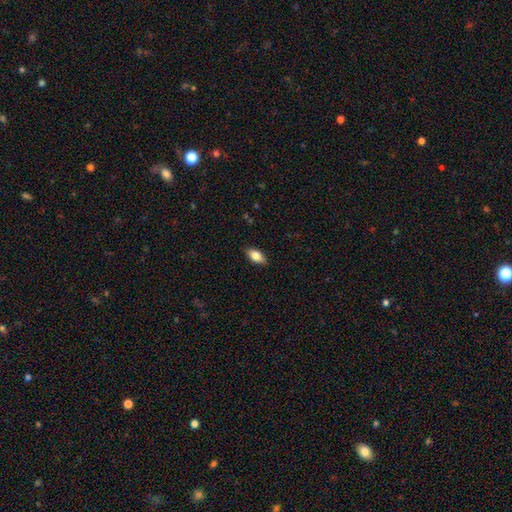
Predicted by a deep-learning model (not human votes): Smooth or featured: smooth — 76% (featured or disk — 17%)
How rounded: in between — 88% (cigar-shaped — 8%)
Merging: none — 88% (minor disturbance — 9%)